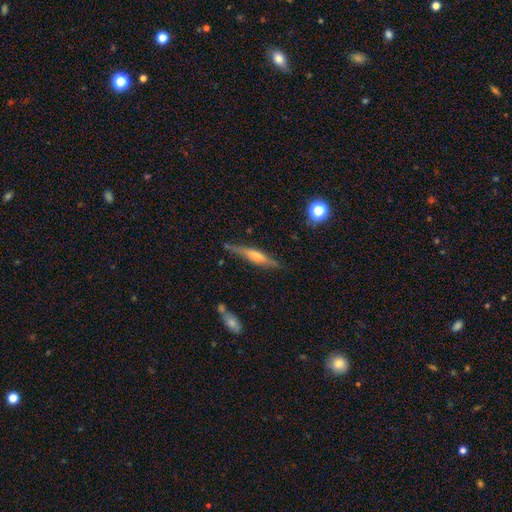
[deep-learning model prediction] Smooth or featured? Predicted: featured or disk (p=0.65). Edge-on disk? Predicted: yes (p=0.95). Edge-on bulge? Predicted: rounded (p=0.69). Merging? Predicted: none (p=0.80).